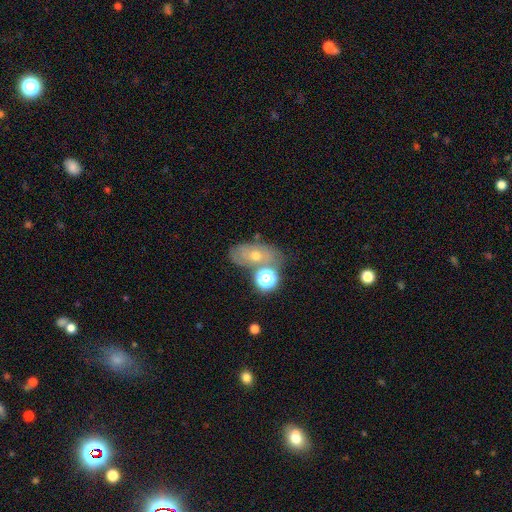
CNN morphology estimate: smooth-or-featured: smooth: 42% | featured or disk: 40% | star or artifact: 18%
  merging: none: 55% | merger: 20% | minor disturbance: 17% | major disturbance: 8%